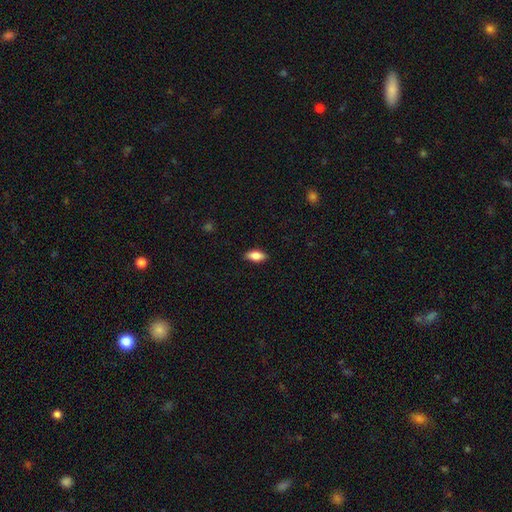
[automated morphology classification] smooth 81%, featured or disk 13%, star or artifact 7%. Down the decision tree: how rounded — in between (85%); merging — none (88%).